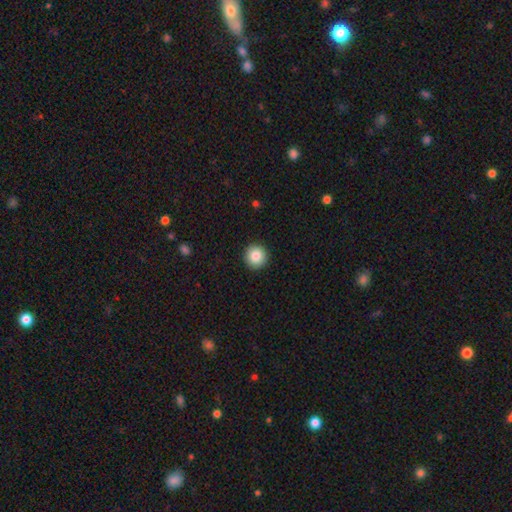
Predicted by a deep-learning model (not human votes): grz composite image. It shows a smooth galaxy with no disk features (86%) that is round (95%). Merging: none (93%).